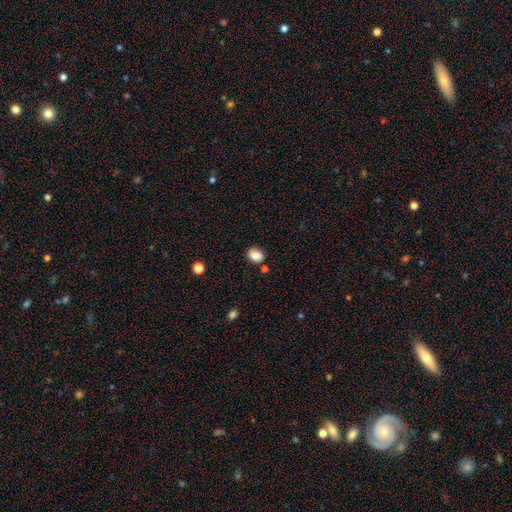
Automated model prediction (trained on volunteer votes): A smooth galaxy with no disk features (84%) that is in between round and cigar-shaped (61%).

Vote fractions:
- Smooth or featured? smooth: 84% / star or artifact: 9% / featured or disk: 7%
- How rounded? in between: 61% / round: 37% / cigar-shaped: 1%
- Merging? none: 76% / minor disturbance: 15% / merger: 6% / major disturbance: 3%